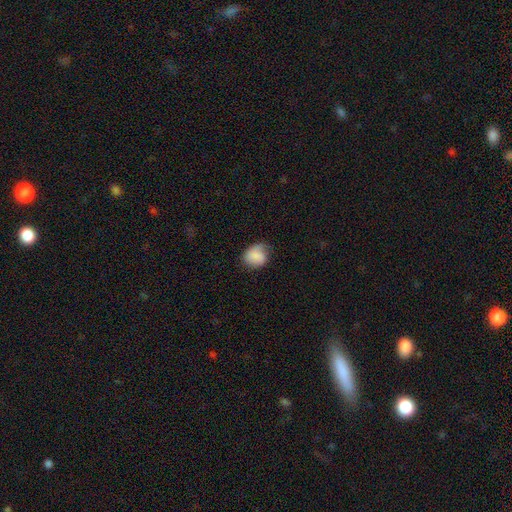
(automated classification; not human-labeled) Smooth or featured? Predicted: smooth (p=0.77). How rounded? Predicted: round (p=0.58). Merging? Predicted: none (p=0.52).